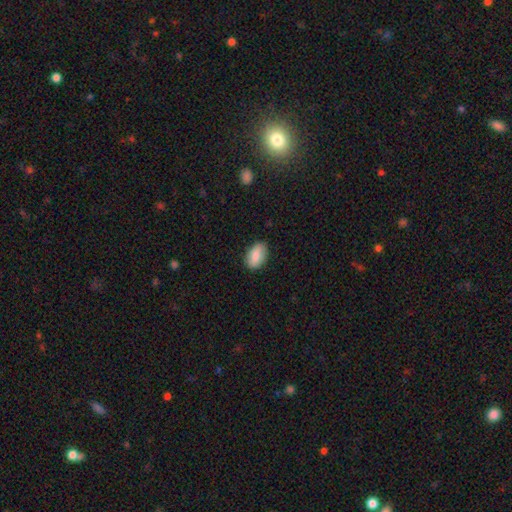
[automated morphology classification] A smooth galaxy with no disk features (82%) that is in between round and cigar-shaped (90%).

Vote fractions:
- Smooth or featured? smooth: 82% / featured or disk: 11% / star or artifact: 7%
- How rounded? in between: 90% / round: 8% / cigar-shaped: 2%
- Merging? none: 85% / minor disturbance: 11% / major disturbance: 2% / merger: 1%